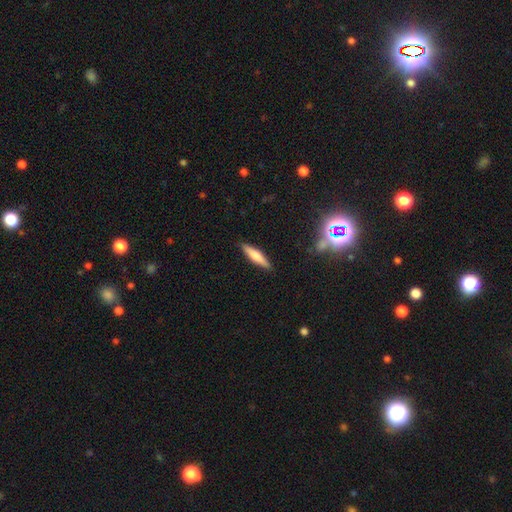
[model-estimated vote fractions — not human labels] Smooth or featured?
  - smooth: 66% *
  - featured or disk: 27%
  - star or artifact: 7%
How rounded?
  - cigar-shaped: 79% *
  - in between: 19%
  - round: 2%
Merging?
  - none: 89% *
  - minor disturbance: 8%
  - major disturbance: 2%
  - merger: 1%